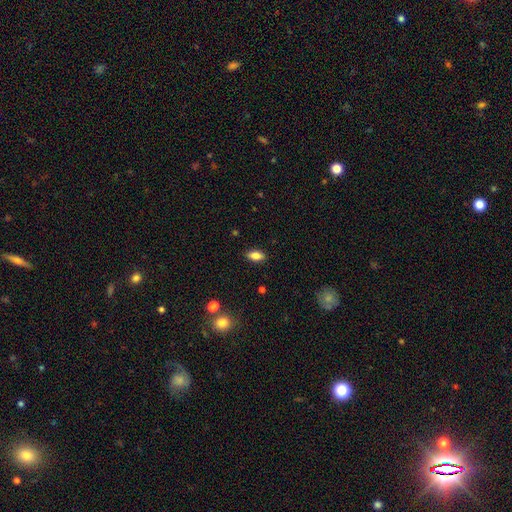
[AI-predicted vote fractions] A smooth galaxy with no disk features (82%) that is in between round and cigar-shaped (86%).

Vote fractions:
- Smooth or featured? smooth: 82% / featured or disk: 9% / star or artifact: 9%
- How rounded? in between: 86% / cigar-shaped: 10% / round: 4%
- Merging? none: 87% / minor disturbance: 9% / major disturbance: 2% / merger: 1%